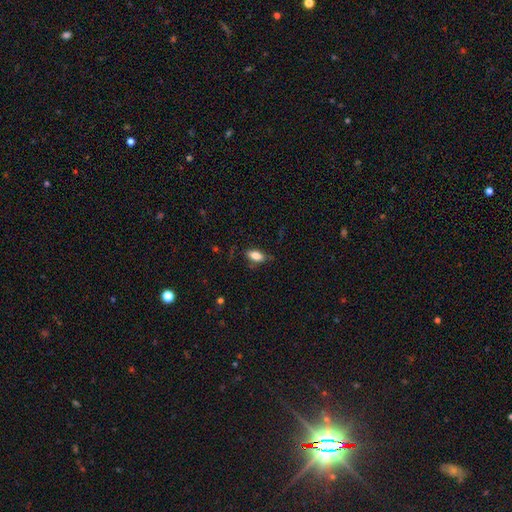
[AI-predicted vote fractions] Q: Smooth or featured?
A: smooth (81%); runner-up: featured or disk (11%)
Q: How rounded?
A: in between (86%); runner-up: cigar-shaped (9%)
Q: Merging?
A: none (74%); runner-up: minor disturbance (19%)